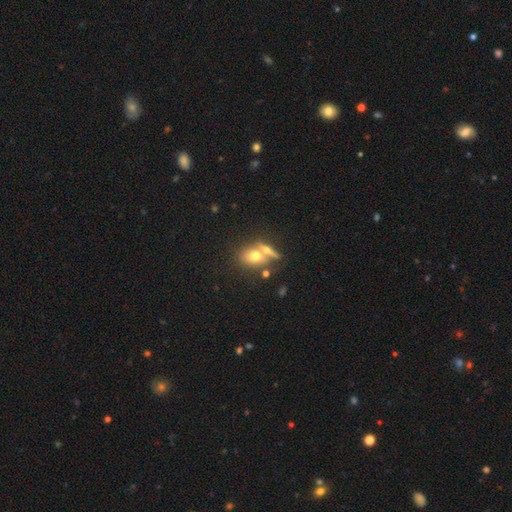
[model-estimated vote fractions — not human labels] A smooth galaxy with no disk features (65%) that is in between round and cigar-shaped (58%).

Vote fractions:
- Smooth or featured? smooth: 65% / featured or disk: 25% / star or artifact: 10%
- How rounded? in between: 58% / round: 37% / cigar-shaped: 5%
- Merging? merger: 44% / none: 40% / minor disturbance: 10% / major disturbance: 5%